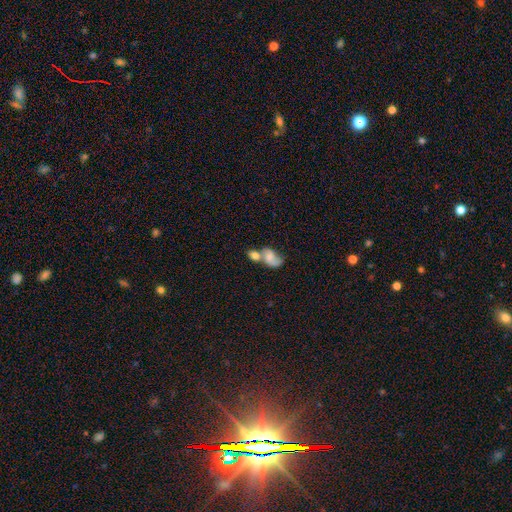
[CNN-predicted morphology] Smooth or featured? smooth (65%)
How rounded? in between (80%)
Merging? merger (69%)